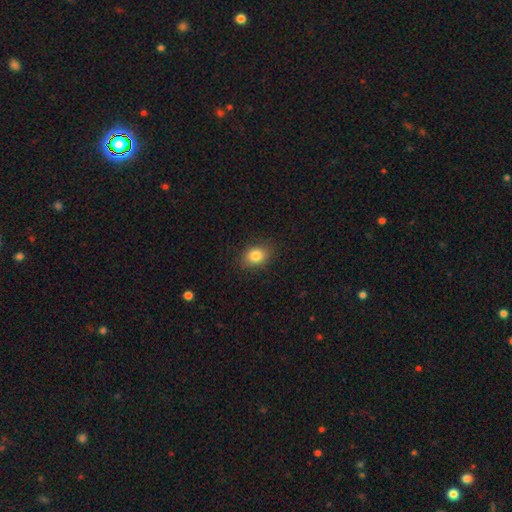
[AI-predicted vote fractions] Overall: smooth (83%). How rounded: in between (64%; round 34%). Merging: none (86%).